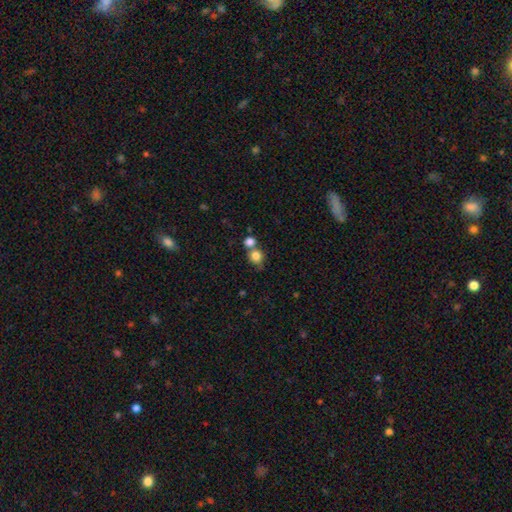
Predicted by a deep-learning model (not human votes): Q: Smooth or featured?
A: smooth (82%); runner-up: star or artifact (10%)
Q: How rounded?
A: round (83%); runner-up: in between (16%)
Q: Merging?
A: none (49%); runner-up: merger (37%)